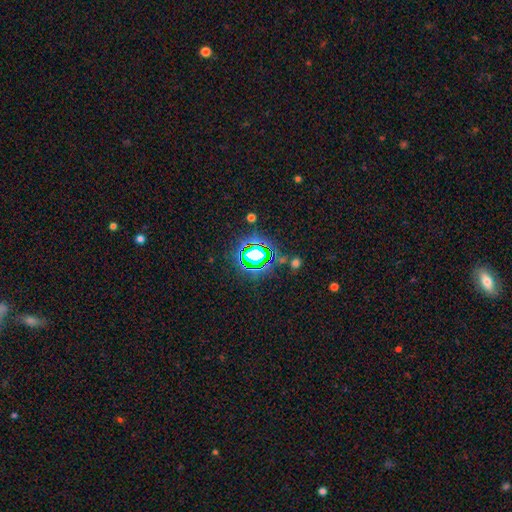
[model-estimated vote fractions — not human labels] star or artifact 70%, smooth 19%, featured or disk 11%.